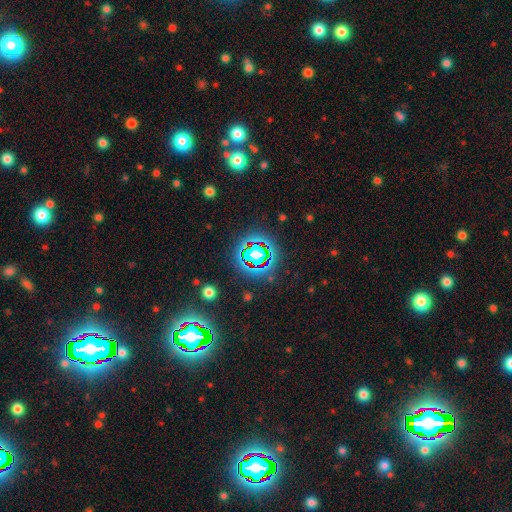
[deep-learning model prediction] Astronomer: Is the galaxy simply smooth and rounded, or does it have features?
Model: star or artifact — 62%.